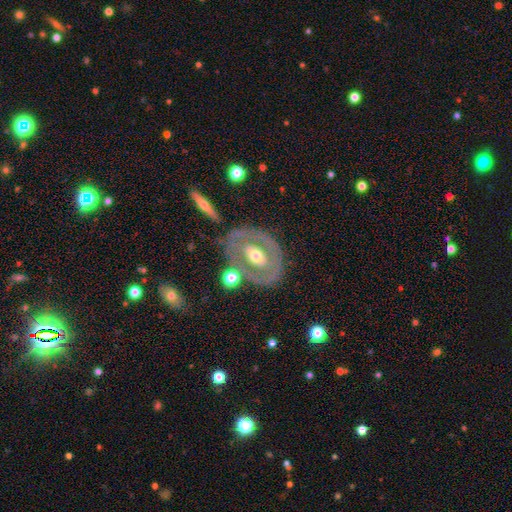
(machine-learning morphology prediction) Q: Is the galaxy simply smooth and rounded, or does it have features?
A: featured or disk — 70%.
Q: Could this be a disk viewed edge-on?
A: no — 93%.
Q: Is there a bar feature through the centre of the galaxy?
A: no — 70%.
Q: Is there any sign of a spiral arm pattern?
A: no — 74%.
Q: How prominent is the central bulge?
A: moderate — 68%.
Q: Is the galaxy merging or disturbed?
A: none — 68%.